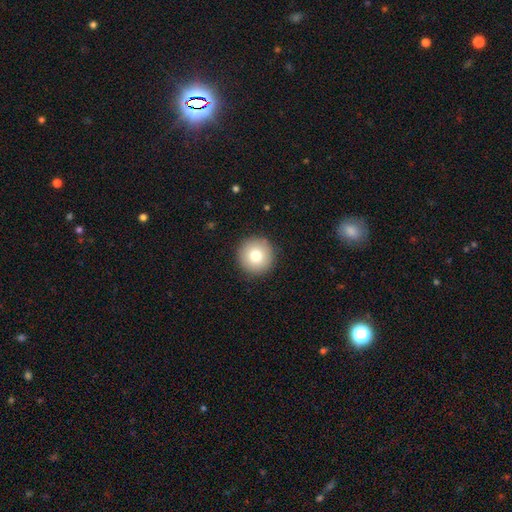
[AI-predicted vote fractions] Smooth or featured? Predicted: smooth (p=0.78). How rounded? Predicted: round (p=0.96). Merging? Predicted: none (p=0.92).